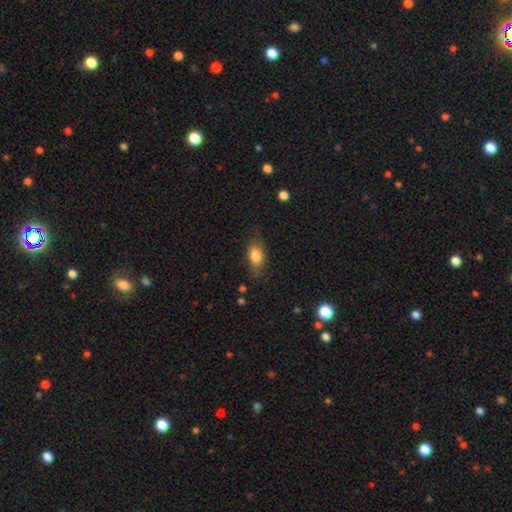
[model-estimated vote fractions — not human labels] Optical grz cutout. It shows a smooth galaxy with no disk features (80%) that is in between round and cigar-shaped (83%). Merging: none (70%).